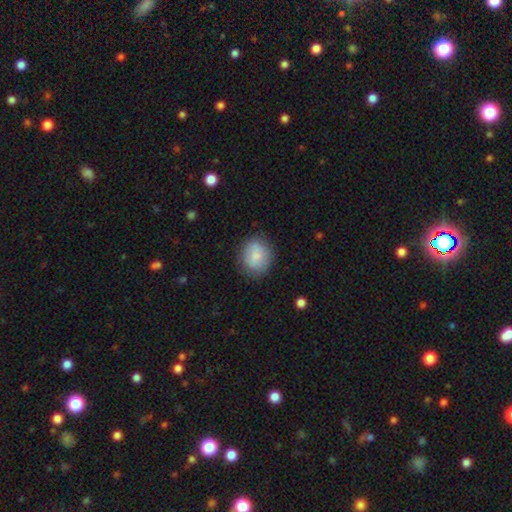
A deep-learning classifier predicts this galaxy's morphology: smooth 80%, featured or disk 13%, star or artifact 7%. Down the decision tree: how rounded — round (65%); merging — none (77%).